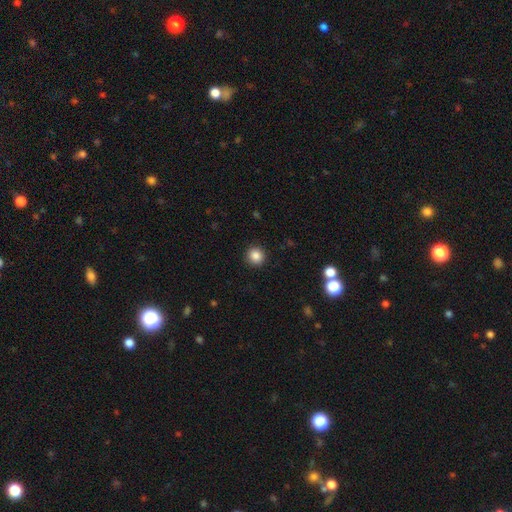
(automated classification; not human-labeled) Smooth or featured?
  - smooth: 86% *
  - star or artifact: 10%
  - featured or disk: 4%
How rounded?
  - round: 93% *
  - in between: 6%
  - cigar-shaped: 1%
Merging?
  - none: 92% *
  - minor disturbance: 5%
  - major disturbance: 2%
  - merger: 1%